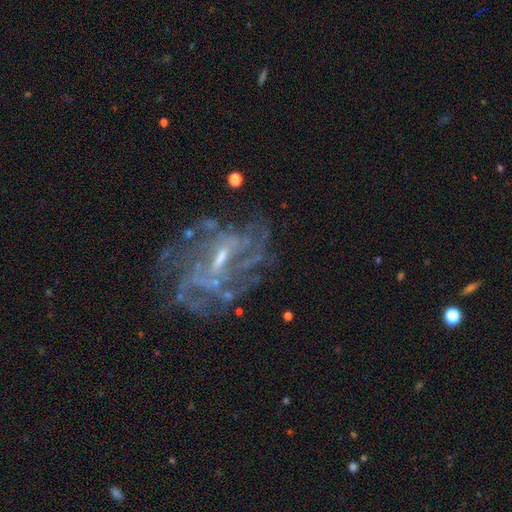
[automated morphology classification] Smooth or featured? Predicted: featured or disk (p=0.83). Edge-on disk? Predicted: no (p=0.95). Bar? Predicted: weak (p=0.50). Spiral arms? Predicted: yes (p=0.81). Spiral winding? Predicted: medium (p=0.40, tied with tight). Spiral arm count? Predicted: can't tell (p=0.45). Bulge size? Predicted: small (p=0.50). Merging? Predicted: none (p=0.55).